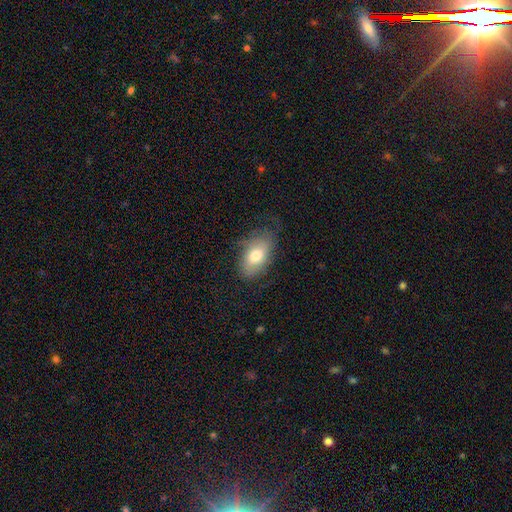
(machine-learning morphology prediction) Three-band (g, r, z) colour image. It shows a smooth galaxy with no disk features (71%) that is in between round and cigar-shaped (92%). Merging: none (64%).